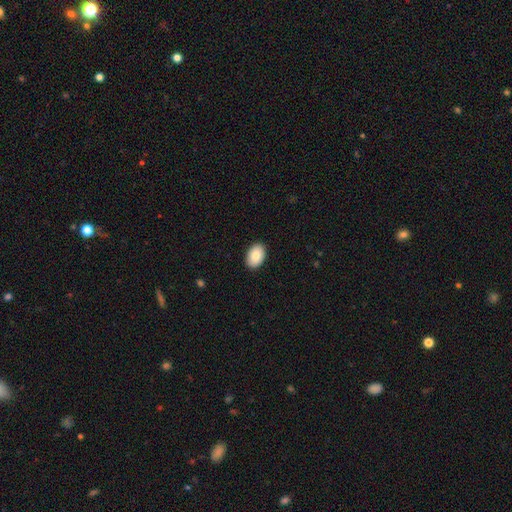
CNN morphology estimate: smooth 85%, featured or disk 8%, star or artifact 6%. Down the decision tree: how rounded — in between (89%); merging — none (90%).